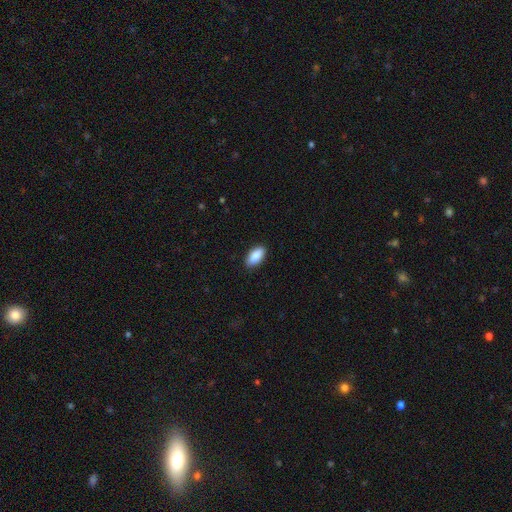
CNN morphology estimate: A smooth galaxy with no disk features (89%) that is in between round and cigar-shaped (91%).

Vote fractions:
- Smooth or featured? smooth: 89% / star or artifact: 6% / featured or disk: 5%
- How rounded? in between: 91% / cigar-shaped: 7% / round: 2%
- Merging? none: 89% / minor disturbance: 8% / major disturbance: 2% / merger: 1%